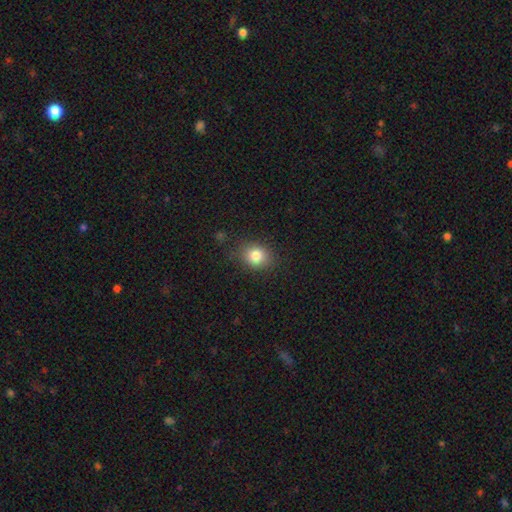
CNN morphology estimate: Smooth or featured?
  - smooth: 81% *
  - star or artifact: 11%
  - featured or disk: 7%
How rounded?
  - round: 63% *
  - in between: 36%
  - cigar-shaped: 1%
Merging?
  - none: 83% *
  - minor disturbance: 12%
  - major disturbance: 4%
  - merger: 1%